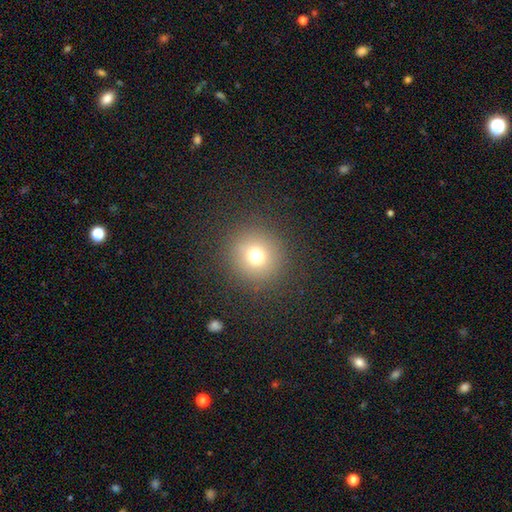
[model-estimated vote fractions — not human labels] Q: Smooth or featured?
A: smooth (71%); runner-up: star or artifact (18%)
Q: How rounded?
A: round (94%); runner-up: in between (6%)
Q: Merging?
A: none (88%); runner-up: minor disturbance (6%)